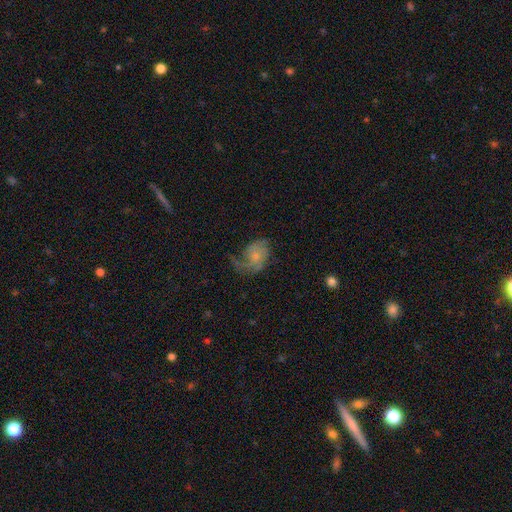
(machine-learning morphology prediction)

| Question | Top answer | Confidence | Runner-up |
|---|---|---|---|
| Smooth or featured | featured or disk | 61% | smooth (31%) |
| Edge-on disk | no | 97% | yes (3%) |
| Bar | no | 75% | weak (22%) |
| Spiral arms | yes | 84% | no (16%) |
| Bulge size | small | 55% | moderate (26%) |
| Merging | none | 37% | major disturbance (35%) |